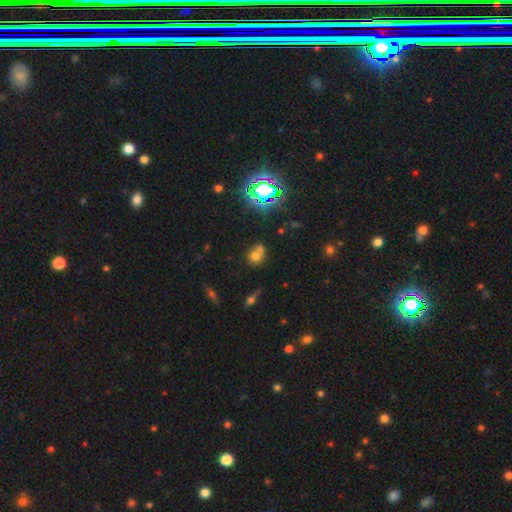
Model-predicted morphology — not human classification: smooth 63%, star or artifact 23%, featured or disk 14%. Down the decision tree: how rounded — round (64%); merging — none (40%, tied with merger).